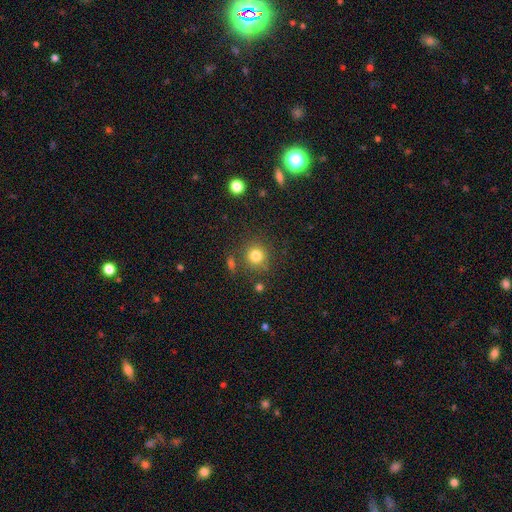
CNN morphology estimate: smooth 80%, star or artifact 13%, featured or disk 7%. Down the decision tree: how rounded — round (91%); merging — none (81%).